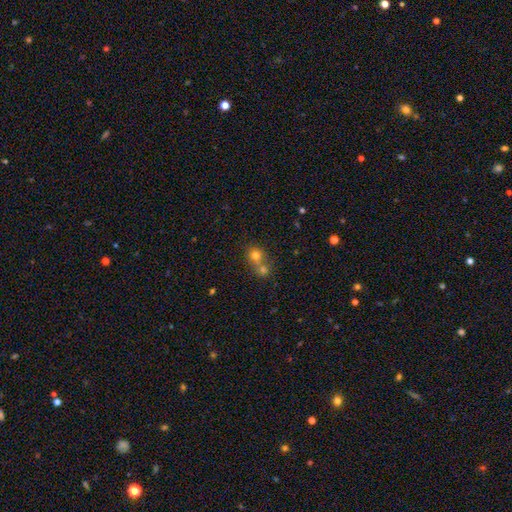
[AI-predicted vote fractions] This appears to be a smooth galaxy with no disk features (73%) that is round (80%). Merging: merger (54%).